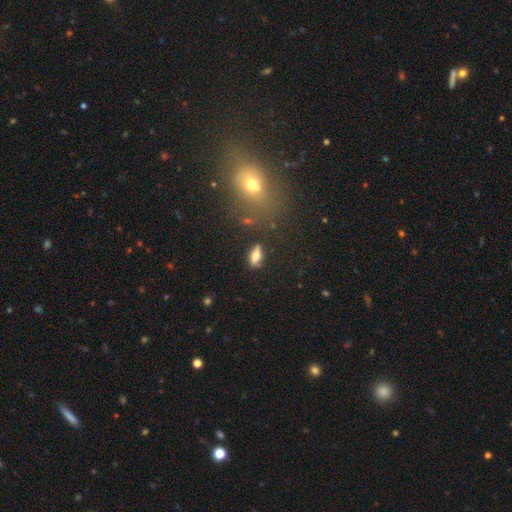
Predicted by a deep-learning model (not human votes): Smooth or featured: smooth — 64% (featured or disk — 27%)
How rounded: in between — 74% (cigar-shaped — 20%)
Merging: none — 82% (minor disturbance — 12%)